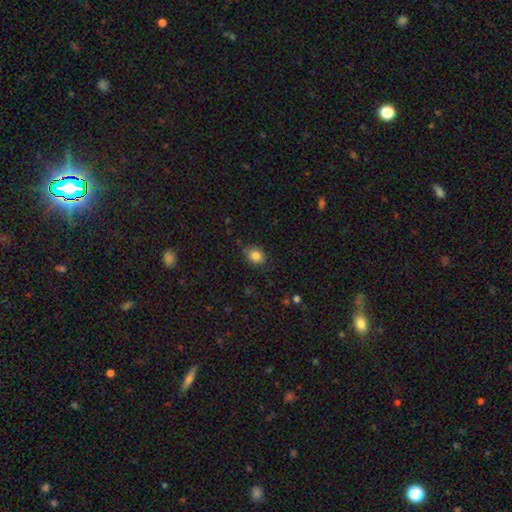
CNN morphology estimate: This appears to be a smooth galaxy with no disk features (83%) that is in between round and cigar-shaped (57%). Merging: none (78%).